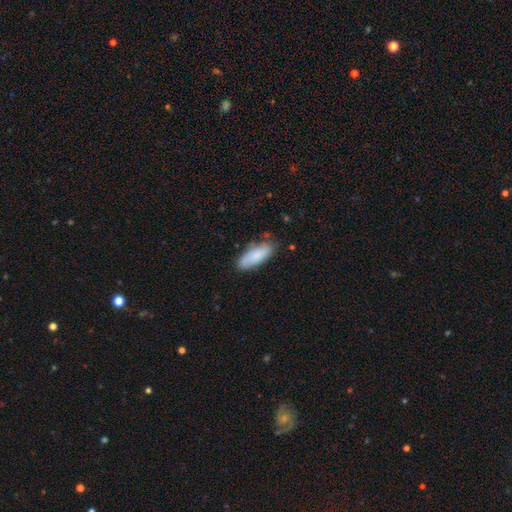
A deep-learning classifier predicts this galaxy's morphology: This is clearly a smooth galaxy (81%). How rounded: likely in between (71%). Merging: likely none (74%).